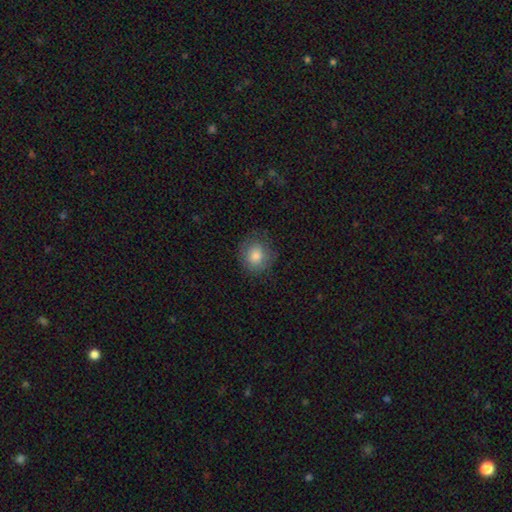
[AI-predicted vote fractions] smooth-or-featured: smooth: 80% | featured or disk: 11% | star or artifact: 9%
  how-rounded: round: 78% | in between: 21% | cigar-shaped: 1%
  merging: none: 77% | minor disturbance: 16% | major disturbance: 6% | merger: 1%